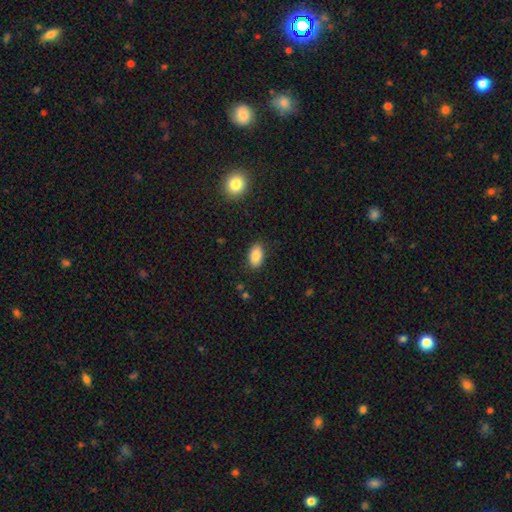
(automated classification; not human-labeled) Smooth or featured? smooth (84%)
How rounded? in between (92%)
Merging? none (86%)